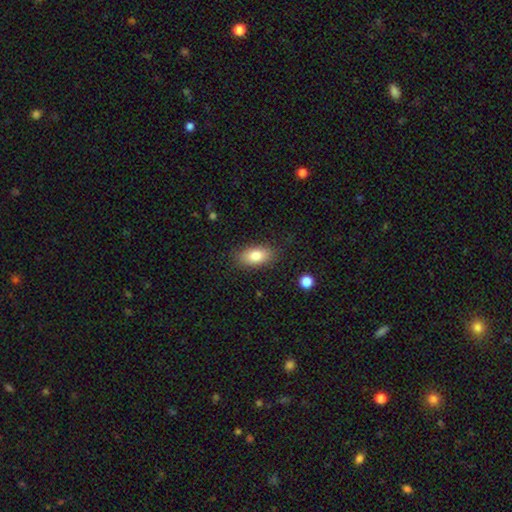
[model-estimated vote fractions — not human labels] Smooth or featured? Predicted: smooth (p=0.82). How rounded? Predicted: in between (p=0.89). Merging? Predicted: none (p=0.84).